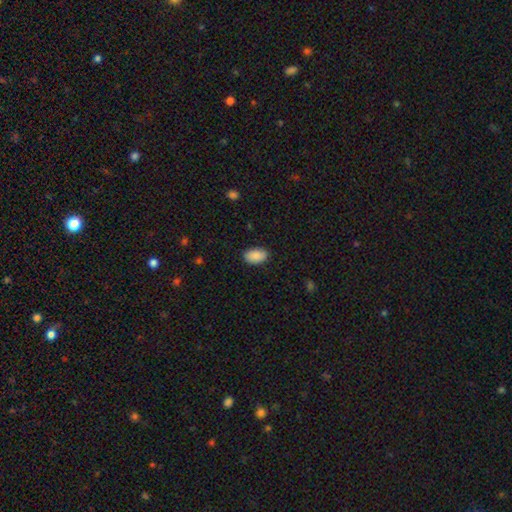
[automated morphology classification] The model was most divided on "merging": none: 88%, minor disturbance: 9%, major disturbance: 2%, merger: 1%. More confident: how rounded — in between (94%); smooth or featured — smooth (90%).